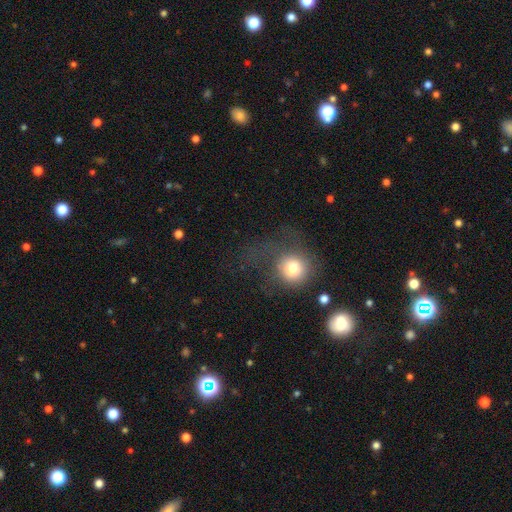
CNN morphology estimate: Q: Smooth or featured?
A: smooth (60%); runner-up: star or artifact (22%)
Q: How rounded?
A: round (87%); runner-up: in between (12%)
Q: Merging?
A: none (46%); runner-up: major disturbance (30%)